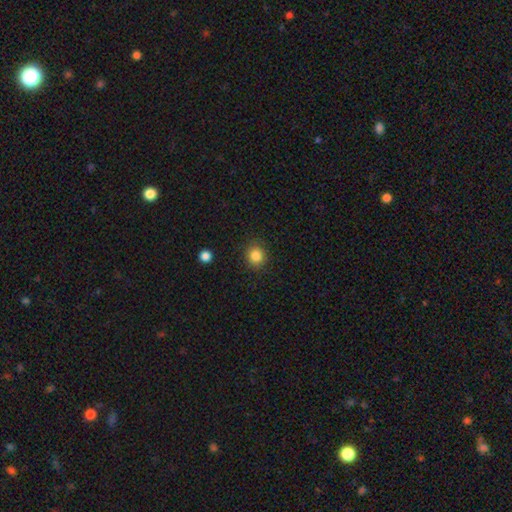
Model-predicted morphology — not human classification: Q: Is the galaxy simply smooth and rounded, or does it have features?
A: smooth — 84%.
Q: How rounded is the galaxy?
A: round — 87%.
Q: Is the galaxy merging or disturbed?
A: none — 89%.